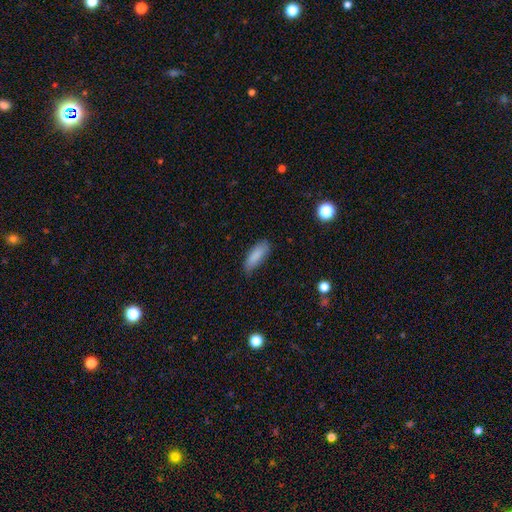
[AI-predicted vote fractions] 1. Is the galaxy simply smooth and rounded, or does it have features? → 86% smooth, 7% featured or disk, 7% star or artifact.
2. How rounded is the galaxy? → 67% in between, 32% cigar-shaped, 2% round.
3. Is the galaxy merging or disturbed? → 73% none, 21% minor disturbance, 4% major disturbance, 1% merger.